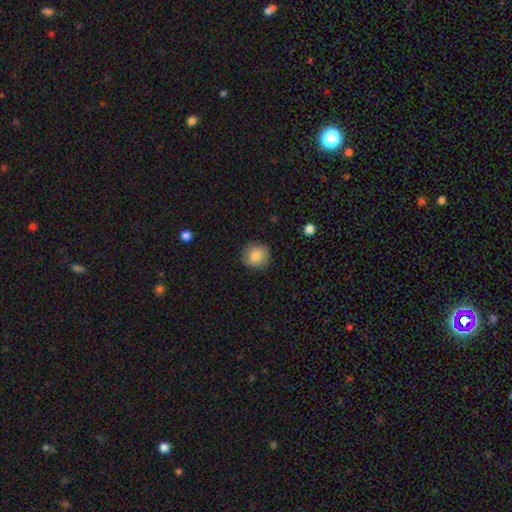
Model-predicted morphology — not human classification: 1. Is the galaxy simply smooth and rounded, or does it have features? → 84% smooth, 8% featured or disk, 8% star or artifact.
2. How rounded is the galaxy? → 88% round, 11% in between, 1% cigar-shaped.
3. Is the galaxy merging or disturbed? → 87% none, 9% minor disturbance, 3% major disturbance, 1% merger.